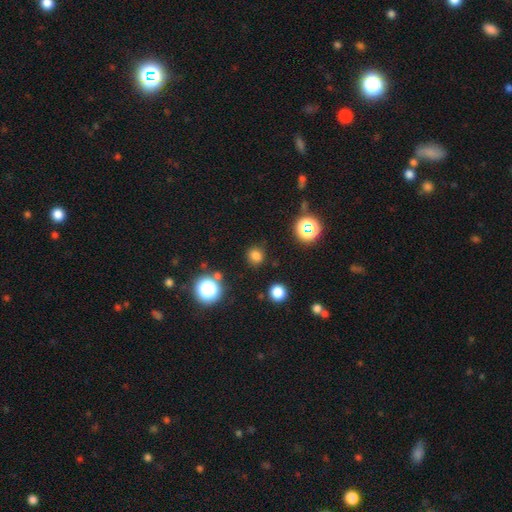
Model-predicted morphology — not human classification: smooth_or_featured: smooth (p=0.75) [alt: star or artifact p=0.20]
how_rounded: round (p=0.85) [alt: in between p=0.14]
merging: none (p=0.86) [alt: minor disturbance p=0.08]